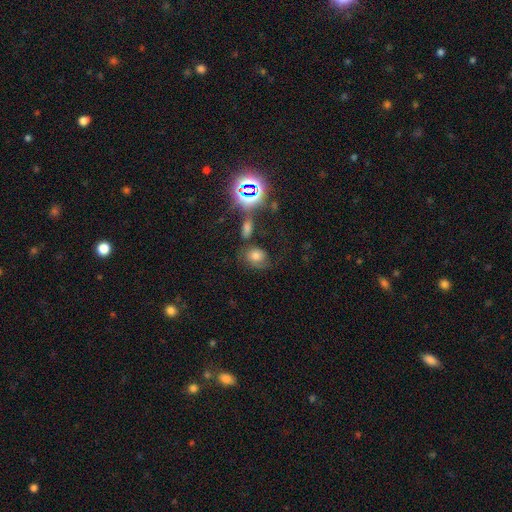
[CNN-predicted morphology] Smooth or featured? Predicted: smooth (p=0.54). How rounded? Predicted: in between (p=0.54). Merging? Predicted: none (p=0.54).